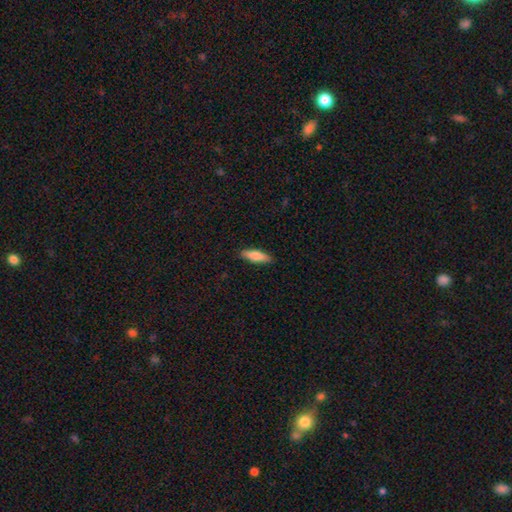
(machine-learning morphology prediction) A smooth galaxy with no disk features (82%) that is cigar-shaped (55%).

Vote fractions:
- Smooth or featured? smooth: 82% / featured or disk: 12% / star or artifact: 6%
- How rounded? cigar-shaped: 55% / in between: 43% / round: 2%
- Merging? none: 88% / minor disturbance: 9% / major disturbance: 2% / merger: 1%